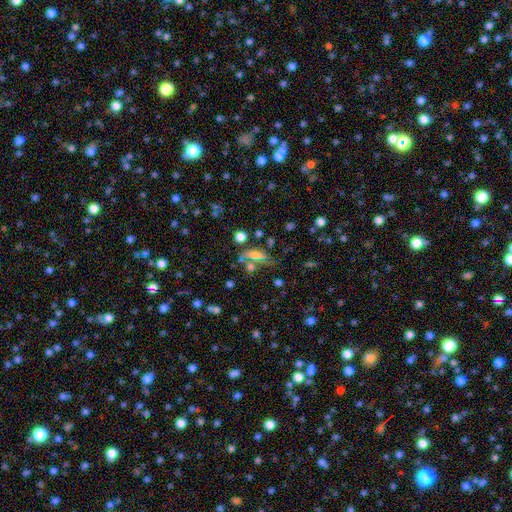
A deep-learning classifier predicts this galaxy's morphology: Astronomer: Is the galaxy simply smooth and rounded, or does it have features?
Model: smooth — 54%.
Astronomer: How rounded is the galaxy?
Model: in between — 64%.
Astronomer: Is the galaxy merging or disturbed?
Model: none — 41% (runner-up: merger, 24%).